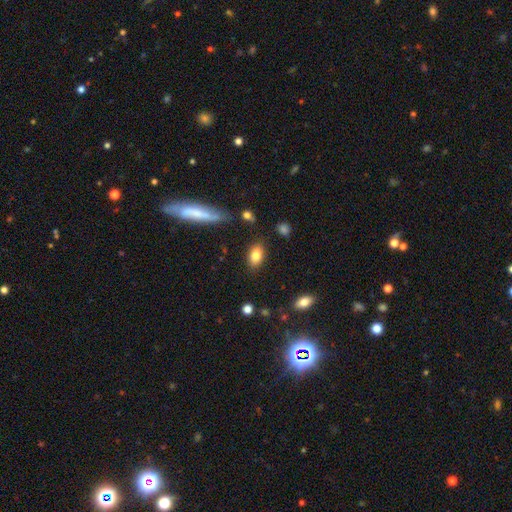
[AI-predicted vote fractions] Smooth or featured? Predicted: smooth (p=0.81). How rounded? Predicted: in between (p=0.88). Merging? Predicted: none (p=0.84).